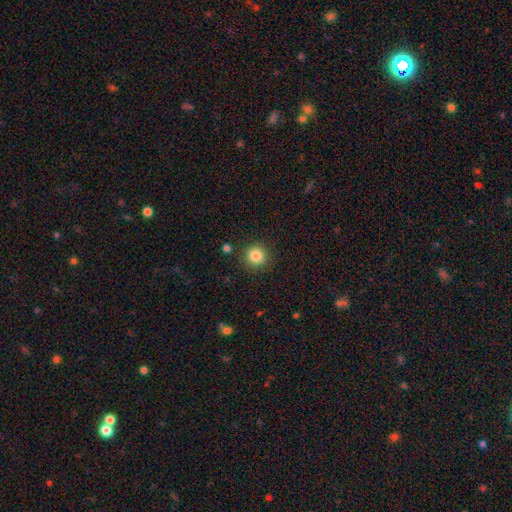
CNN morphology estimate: Overall: smooth (84%). How rounded: round (94%). Merging: none (90%).